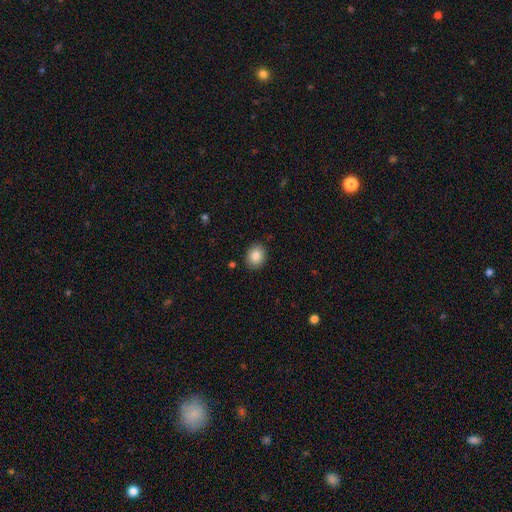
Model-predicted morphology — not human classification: smooth 86%, star or artifact 9%, featured or disk 5%. Down the decision tree: how rounded — round (60%); merging — none (88%).